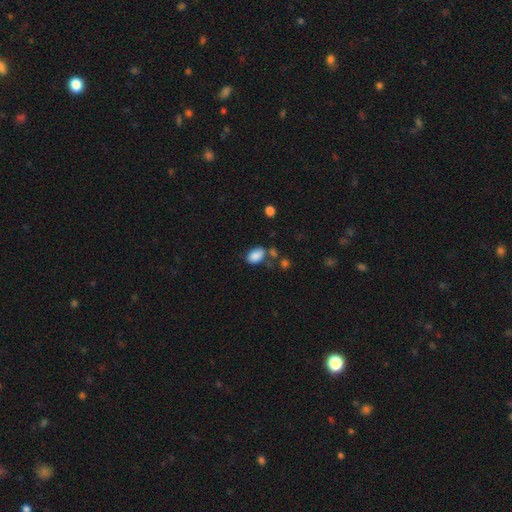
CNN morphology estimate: This appears to be a smooth galaxy with no disk features (86%) that is in between round and cigar-shaped (89%). Merging: none (59%).